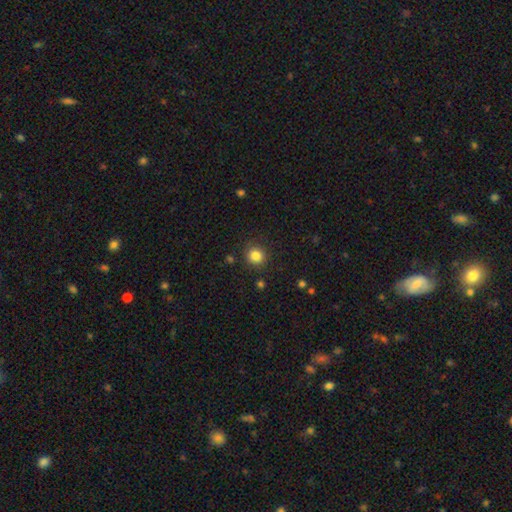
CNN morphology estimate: This is clearly a smooth galaxy (84%). How rounded: clearly round (91%). Merging: clearly none (88%).